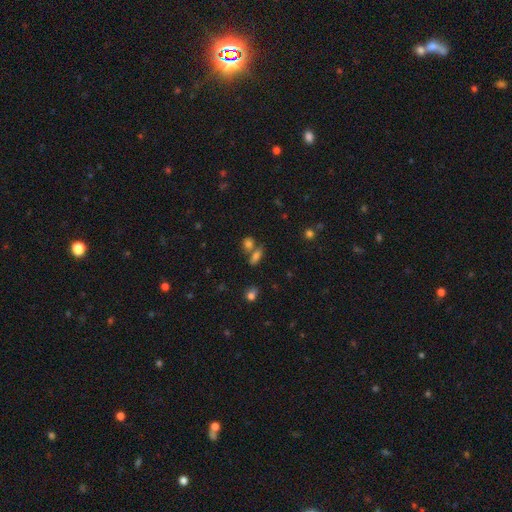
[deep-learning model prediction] Smooth or featured? smooth (73%)
How rounded? in between (61%)
Merging? none (55%)